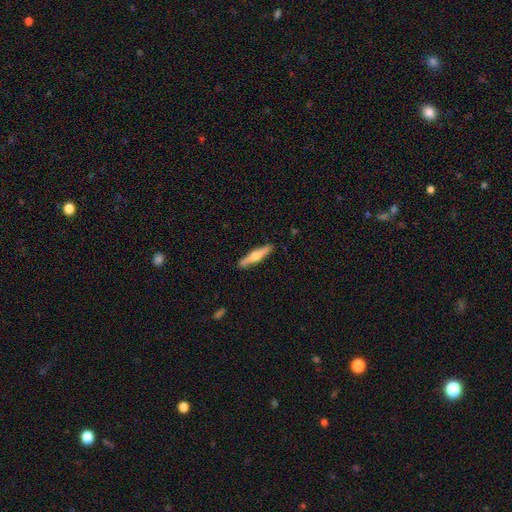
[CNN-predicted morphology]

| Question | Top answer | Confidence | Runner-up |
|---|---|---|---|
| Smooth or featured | featured or disk | 53% | smooth (42%) |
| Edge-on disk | yes | 94% | no (6%) |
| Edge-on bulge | rounded | 92% | none (5%) |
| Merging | none | 89% | minor disturbance (8%) |